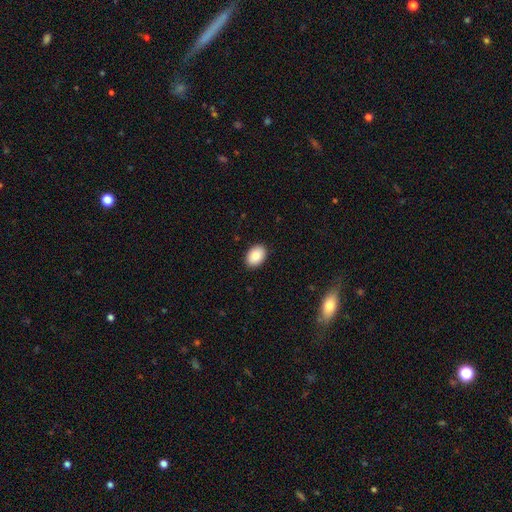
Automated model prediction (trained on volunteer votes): Morphology: type=smooth (86%); roundness=in between (82%); merging=none (90%).